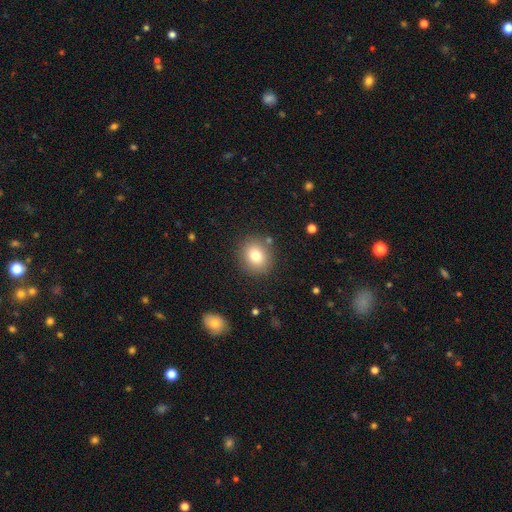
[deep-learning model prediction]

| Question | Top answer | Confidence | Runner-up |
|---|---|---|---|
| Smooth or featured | smooth | 79% | star or artifact (11%) |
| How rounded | round | 71% | in between (28%) |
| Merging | none | 84% | minor disturbance (9%) |